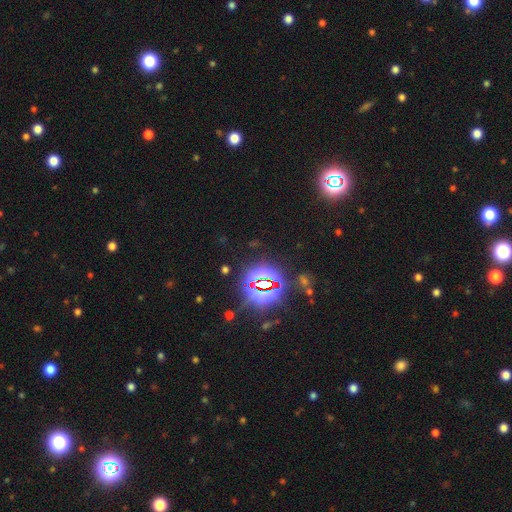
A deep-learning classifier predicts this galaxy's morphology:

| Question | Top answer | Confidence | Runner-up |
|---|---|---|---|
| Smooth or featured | star or artifact | 83% | smooth (10%) |